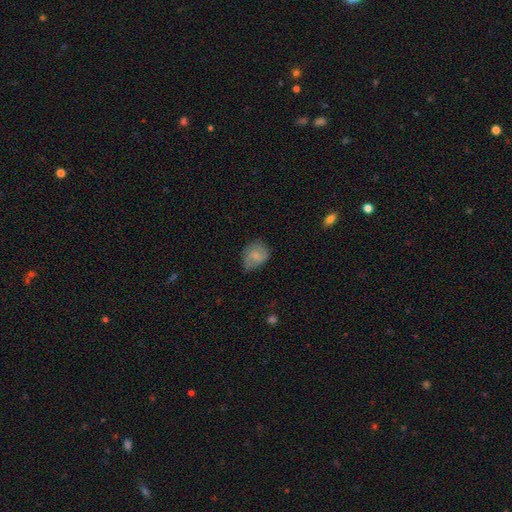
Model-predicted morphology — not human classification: The model was most divided on "how rounded": round: 50%, in between: 49%, cigar-shaped: 1%. Remaining: smooth or featured — smooth (72%); merging — none (50%).